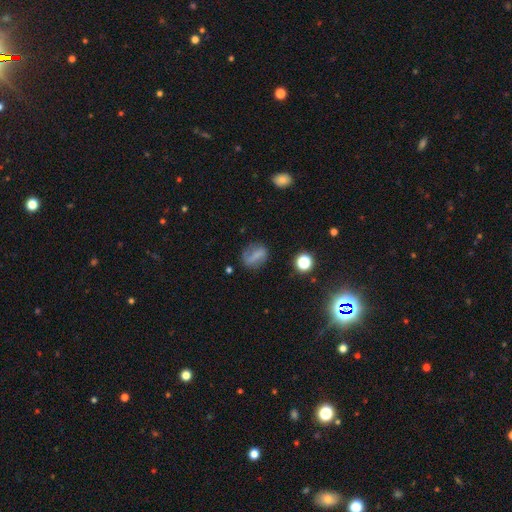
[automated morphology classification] A smooth galaxy with no disk features (53%) that is in between round and cigar-shaped (56%). Merging: none (63%).